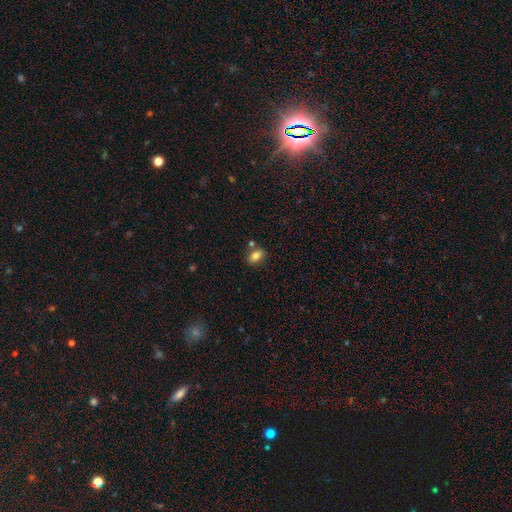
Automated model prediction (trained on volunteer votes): This appears to be a smooth galaxy with no disk features (81%) that is in between round and cigar-shaped (83%). Merging: none (73%).